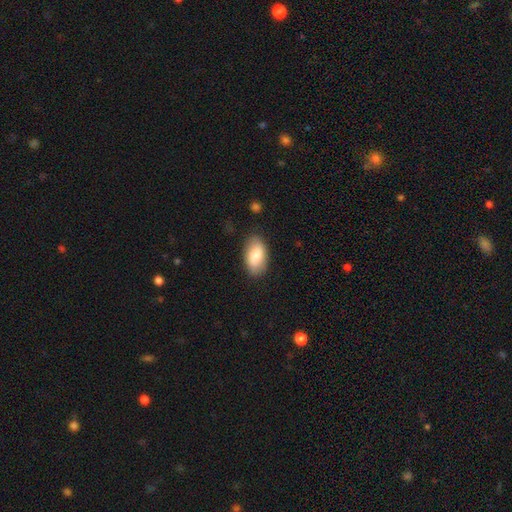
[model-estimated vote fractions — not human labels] A smooth galaxy with no disk features (83%) that is in between round and cigar-shaped (94%).

Vote fractions:
- Smooth or featured? smooth: 83% / featured or disk: 11% / star or artifact: 6%
- How rounded? in between: 94% / round: 4% / cigar-shaped: 2%
- Merging? none: 83% / minor disturbance: 13% / major disturbance: 3% / merger: 1%